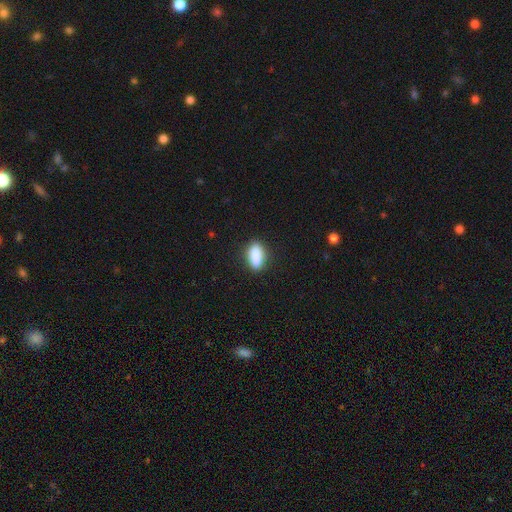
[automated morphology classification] Smooth or featured: smooth — 85% (star or artifact — 7%)
How rounded: in between — 73% (cigar-shaped — 23%)
Merging: none — 84% (minor disturbance — 12%)